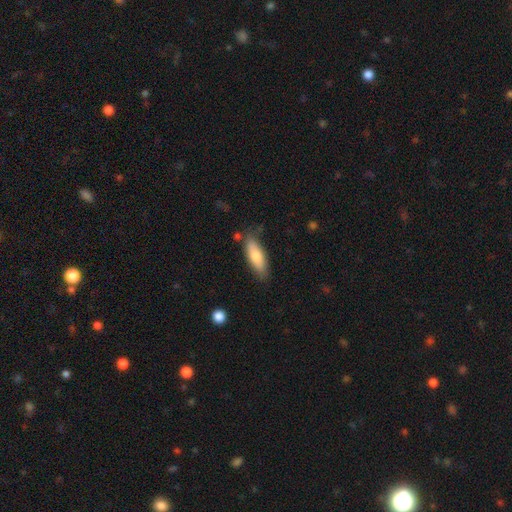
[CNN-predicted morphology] The model was most divided on "how rounded": in between: 54%, cigar-shaped: 44%, round: 2%. More confident: smooth or featured — smooth (76%); merging — none (75%).